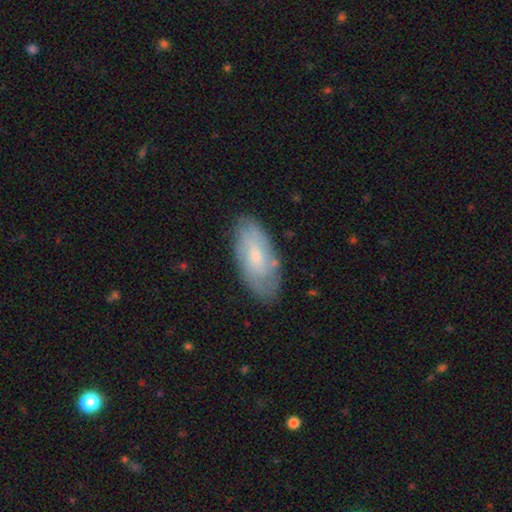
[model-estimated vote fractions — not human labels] Overall: smooth (48%; featured or disk 46%). Merging: none (78%).